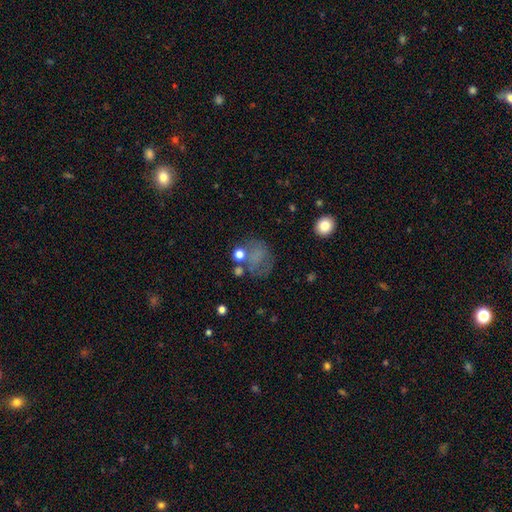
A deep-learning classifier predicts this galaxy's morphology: type=smooth (58%); roundness=round (70%); merging=none (52%).